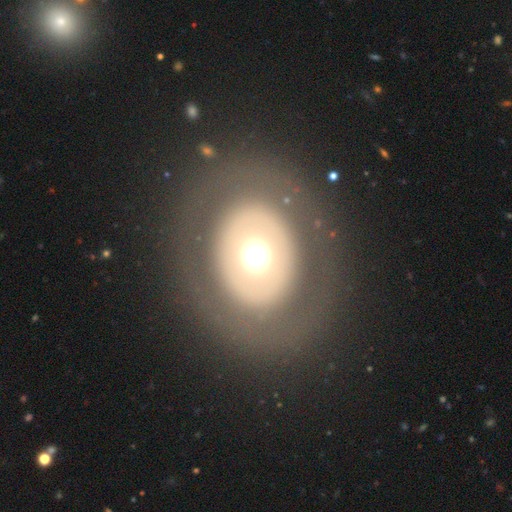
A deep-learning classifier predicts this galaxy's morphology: Smooth or featured?
  - featured or disk: 48% *
  - smooth: 44%
  - star or artifact: 8%
Merging?
  - none: 82% *
  - major disturbance: 8%
  - minor disturbance: 8%
  - merger: 1%